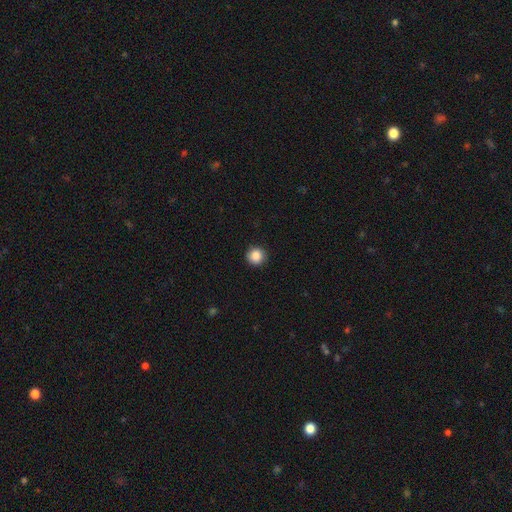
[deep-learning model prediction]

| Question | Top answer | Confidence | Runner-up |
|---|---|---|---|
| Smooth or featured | smooth | 87% | star or artifact (9%) |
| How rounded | round | 94% | in between (5%) |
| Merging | none | 90% | minor disturbance (8%) |